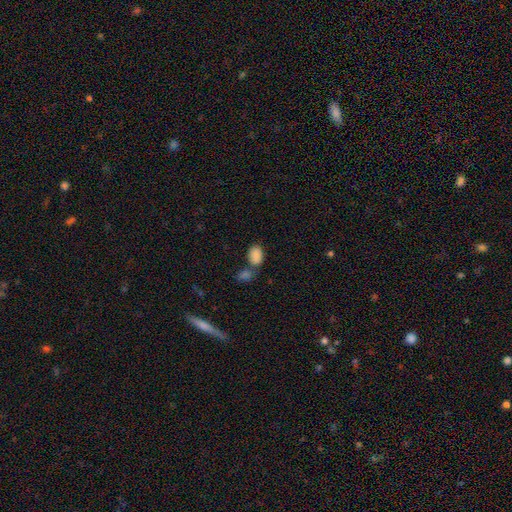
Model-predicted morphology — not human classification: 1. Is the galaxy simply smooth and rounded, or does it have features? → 86% smooth, 9% star or artifact, 5% featured or disk.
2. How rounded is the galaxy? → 89% in between, 10% round, 1% cigar-shaped.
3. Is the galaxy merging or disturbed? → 45% none, 38% merger, 12% minor disturbance, 5% major disturbance.